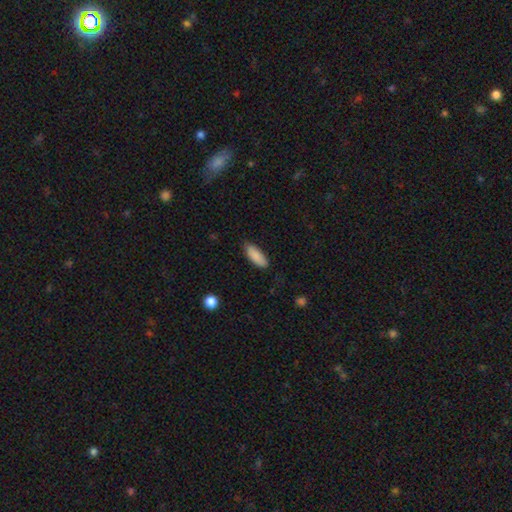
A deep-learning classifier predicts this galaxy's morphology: type=smooth (89%); roundness=in between (74%); merging=none (83%).